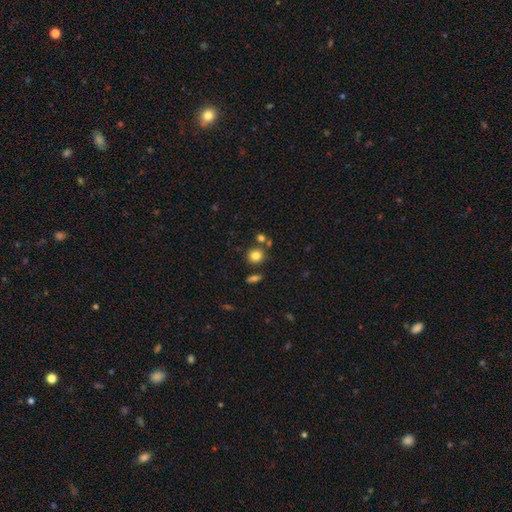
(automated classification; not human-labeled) smooth_or_featured: smooth (p=0.81) [alt: star or artifact p=0.12]
how_rounded: round (p=0.86) [alt: in between p=0.13]
merging: none (p=0.76) [alt: merger p=0.11]